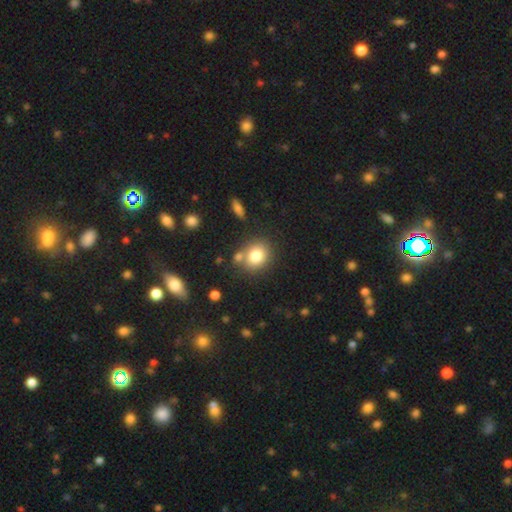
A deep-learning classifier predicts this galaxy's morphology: smooth_or_featured: smooth (p=0.80) [alt: star or artifact p=0.10]
how_rounded: round (p=0.69) [alt: in between p=0.30]
merging: none (p=0.66) [alt: merger p=0.18]